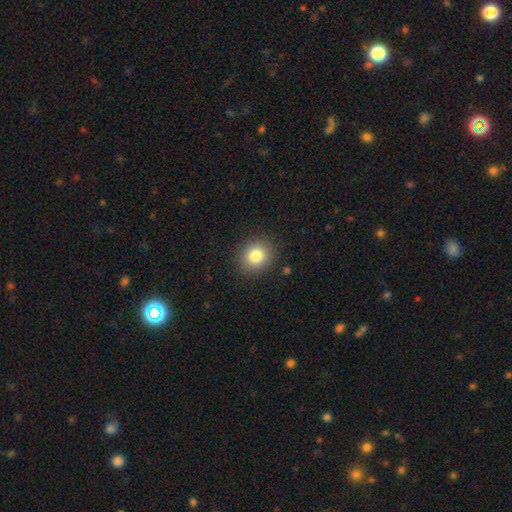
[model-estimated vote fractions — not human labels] smooth-or-featured: smooth: 82% | star or artifact: 10% | featured or disk: 8%
  how-rounded: round: 78% | in between: 21% | cigar-shaped: 1%
  merging: none: 89% | minor disturbance: 7% | major disturbance: 3% | merger: 1%